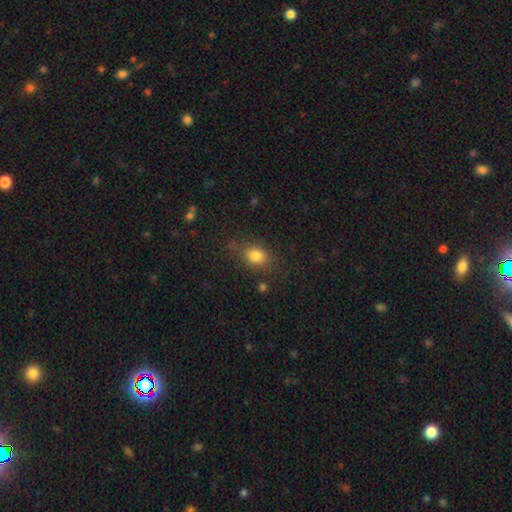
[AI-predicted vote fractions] The model was most divided on "how rounded": in between: 59%, round: 39%, cigar-shaped: 2%. More confident: smooth or featured — smooth (81%); merging — none (75%).